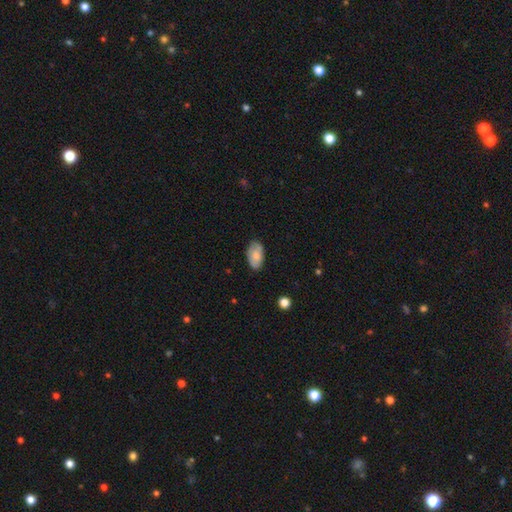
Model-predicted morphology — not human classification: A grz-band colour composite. It shows a smooth galaxy with no disk features (74%) that is in between round and cigar-shaped (94%). Merging: none (79%).